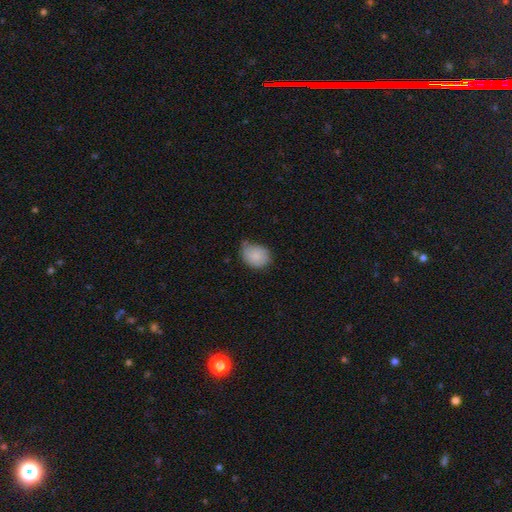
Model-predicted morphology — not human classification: A smooth galaxy with no disk features (82%) that is in between round and cigar-shaped (54%).

Vote fractions:
- Smooth or featured? smooth: 82% / featured or disk: 10% / star or artifact: 8%
- How rounded? in between: 54% / round: 45% / cigar-shaped: 1%
- Merging? none: 49% / minor disturbance: 39% / major disturbance: 8% / merger: 4%